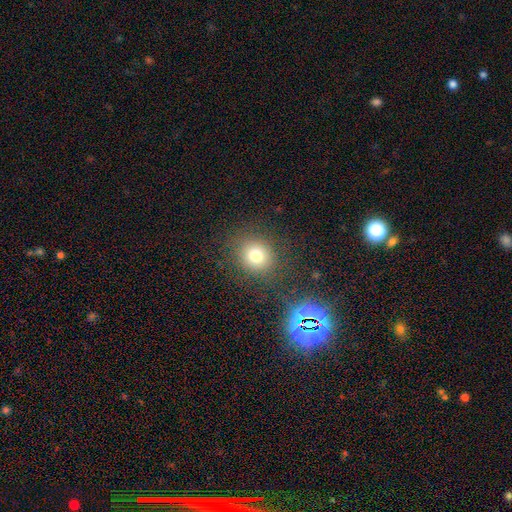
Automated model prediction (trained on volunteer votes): A smooth galaxy with no disk features (75%) that is round (84%).

Vote fractions:
- Smooth or featured? smooth: 75% / star or artifact: 16% / featured or disk: 9%
- How rounded? round: 84% / in between: 15% / cigar-shaped: 1%
- Merging? none: 83% / minor disturbance: 9% / major disturbance: 5% / merger: 3%